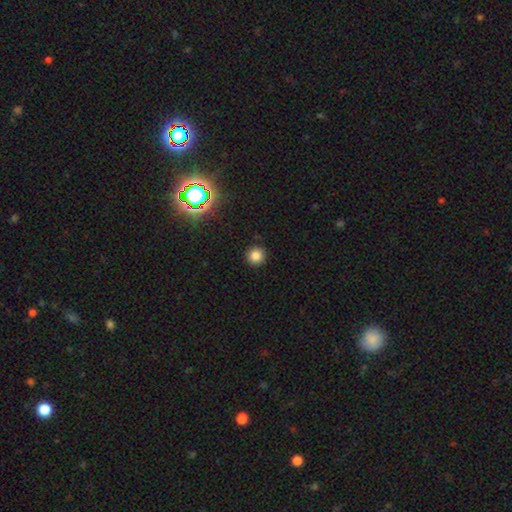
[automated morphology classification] This appears to be a smooth galaxy with no disk features (81%) that is round (95%). Merging: none (92%).